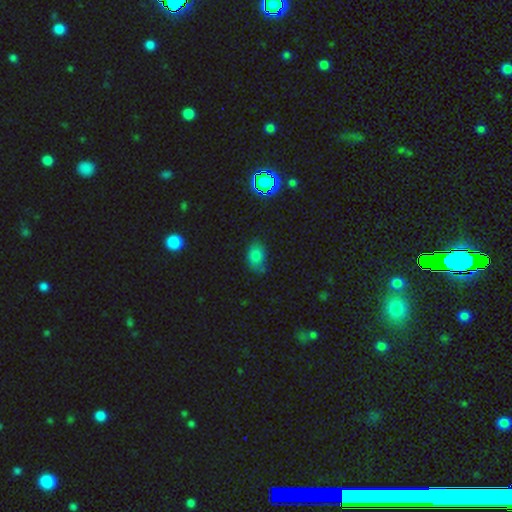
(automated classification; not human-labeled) Morphology: type=smooth (77%); roundness=in between (80%); merging=none (66%).